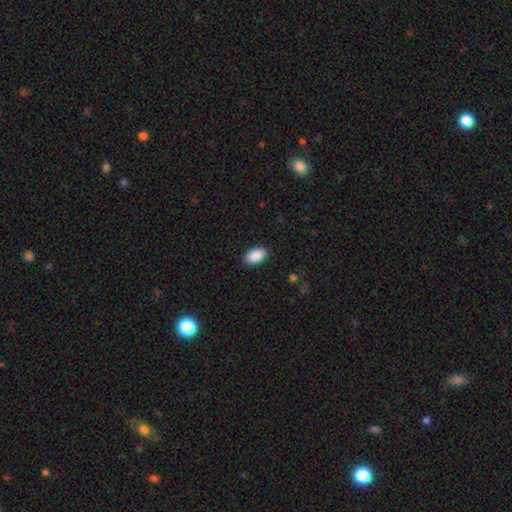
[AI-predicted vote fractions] Smooth or featured: smooth — 90% (star or artifact — 7%)
How rounded: in between — 94% (round — 4%)
Merging: none — 89% (minor disturbance — 8%)